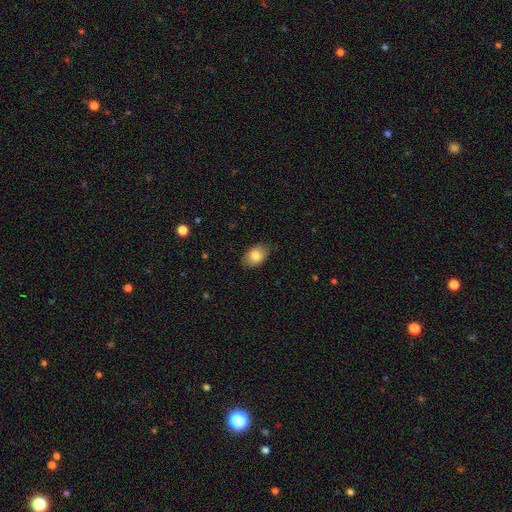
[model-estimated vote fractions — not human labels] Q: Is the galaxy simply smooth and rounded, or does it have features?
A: smooth — 82%.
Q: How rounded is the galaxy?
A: in between — 87%.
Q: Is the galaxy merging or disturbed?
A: none — 83%.